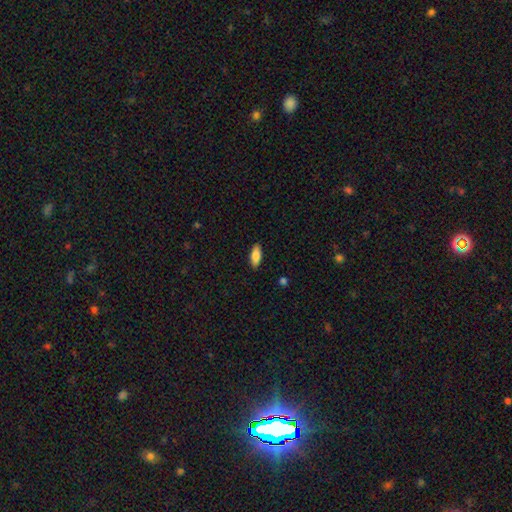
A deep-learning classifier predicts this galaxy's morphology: A smooth galaxy with no disk features (83%) that is in between round and cigar-shaped (81%). Merging: none (88%).